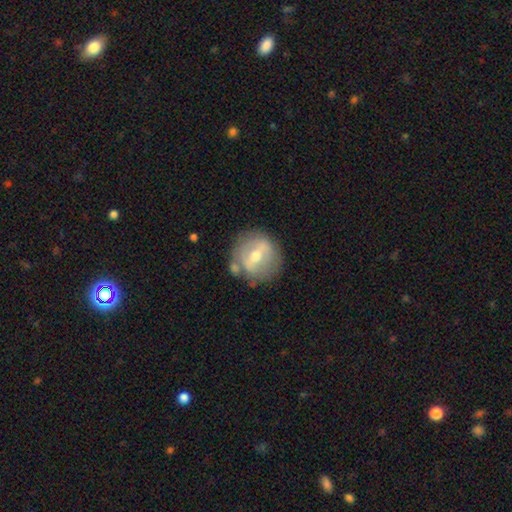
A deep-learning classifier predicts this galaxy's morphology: Smooth or featured: featured or disk — 60% (smooth — 32%)
Edge-on disk: no — 92% (yes — 8%)
Bar: strong — 43% (weak — 40%)
Spiral arms: no — 68% (yes — 32%)
Bulge size: moderate — 65% (small — 29%)
Merging: none — 70% (minor disturbance — 15%)